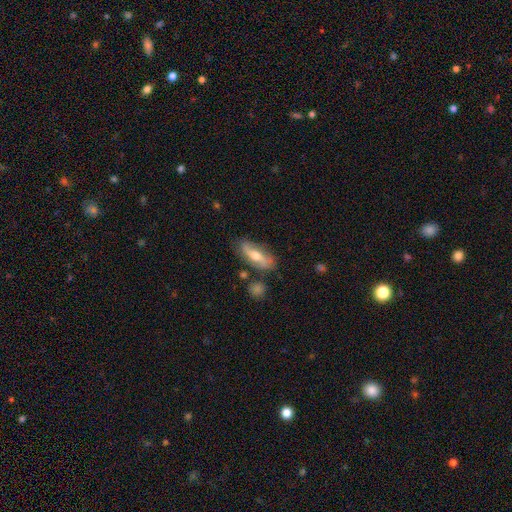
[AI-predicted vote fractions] Smooth or featured?
  - featured or disk: 55% *
  - smooth: 38%
  - star or artifact: 7%
Edge-on disk?
  - no: 69% *
  - yes: 31%
Merging?
  - none: 73% *
  - minor disturbance: 18%
  - major disturbance: 5%
  - merger: 4%